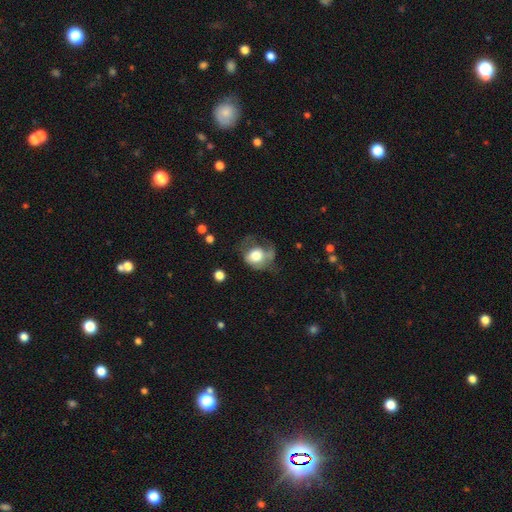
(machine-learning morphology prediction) Smooth or featured?
  - smooth: 64% *
  - featured or disk: 28%
  - star or artifact: 9%
How rounded?
  - round: 57% *
  - in between: 42%
  - cigar-shaped: 1%
Merging?
  - major disturbance: 43% *
  - none: 26%
  - minor disturbance: 26%
  - merger: 4%